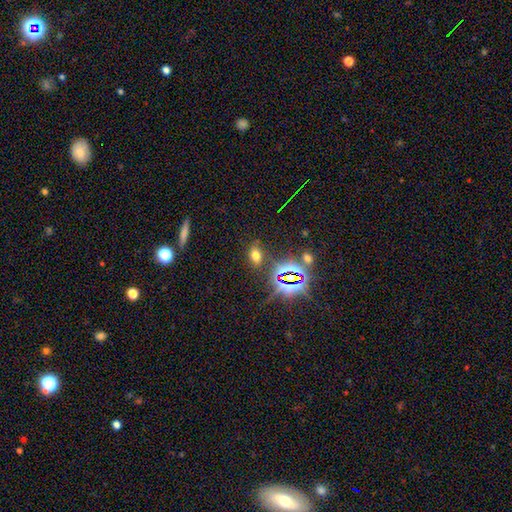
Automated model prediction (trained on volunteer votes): Smooth or featured? smooth (56%)
How rounded? in between (84%)
Merging? none (80%)